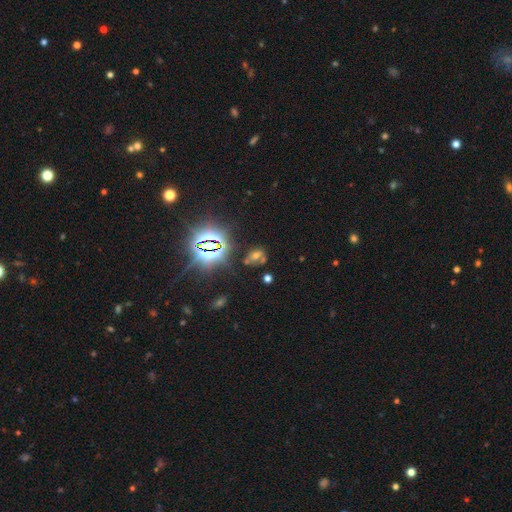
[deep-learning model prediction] Morphology: type=star or artifact (47%).